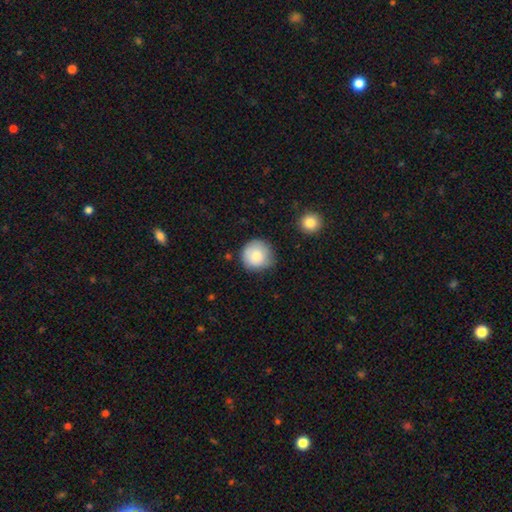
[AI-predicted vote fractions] smooth 81%, featured or disk 11%, star or artifact 7%. Down the decision tree: how rounded — round (94%); merging — none (74%).